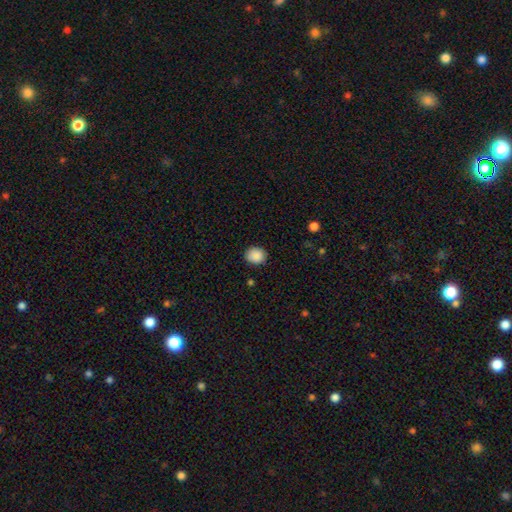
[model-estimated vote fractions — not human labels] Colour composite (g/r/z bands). It shows a smooth galaxy with no disk features (89%) that is round (74%). Merging: none (87%).